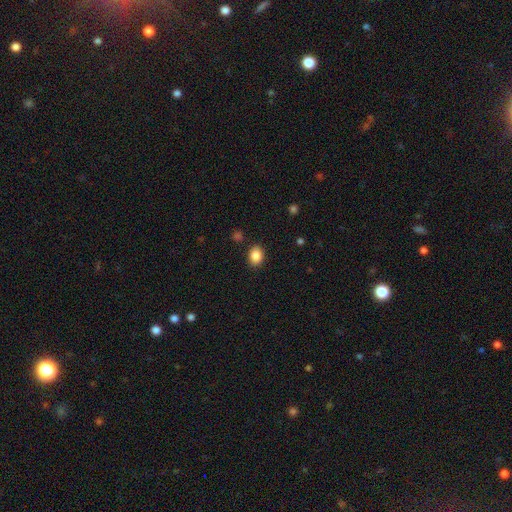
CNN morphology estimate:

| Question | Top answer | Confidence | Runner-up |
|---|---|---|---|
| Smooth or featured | smooth | 87% | star or artifact (9%) |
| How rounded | in between | 62% | round (37%) |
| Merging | none | 87% | minor disturbance (9%) |